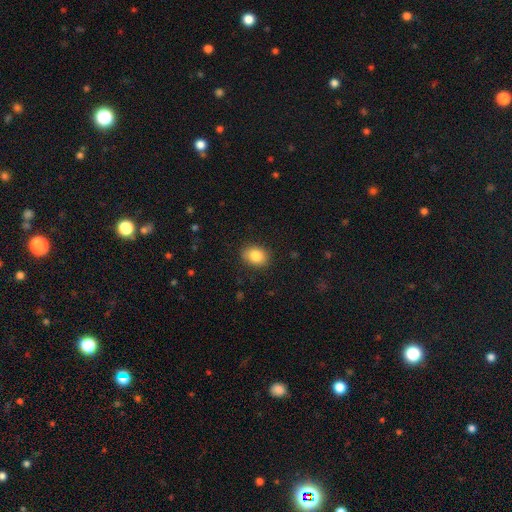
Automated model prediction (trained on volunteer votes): Morphology: type=smooth (85%); roundness=in between (62%); merging=none (87%).